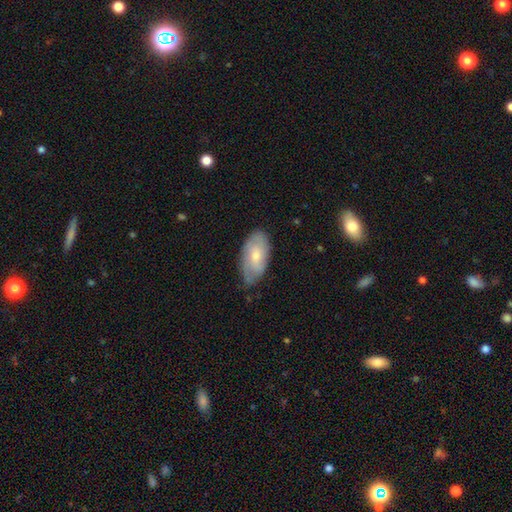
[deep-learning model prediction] Overall: smooth (48%; featured or disk 47%). Merging: none (67%; minor disturbance 27%).